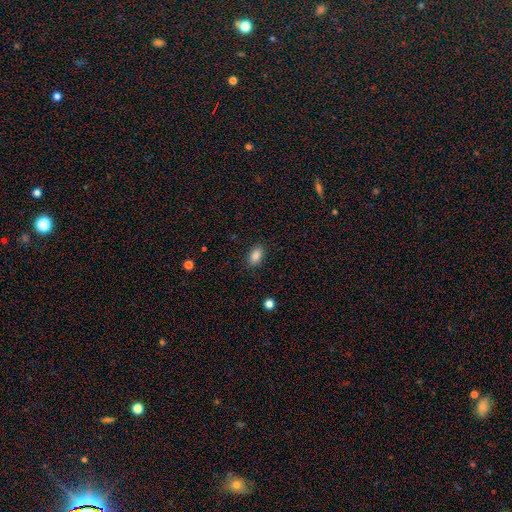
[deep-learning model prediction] Smooth or featured: smooth — 86% (star or artifact — 9%)
How rounded: in between — 89% (round — 8%)
Merging: none — 87% (minor disturbance — 10%)